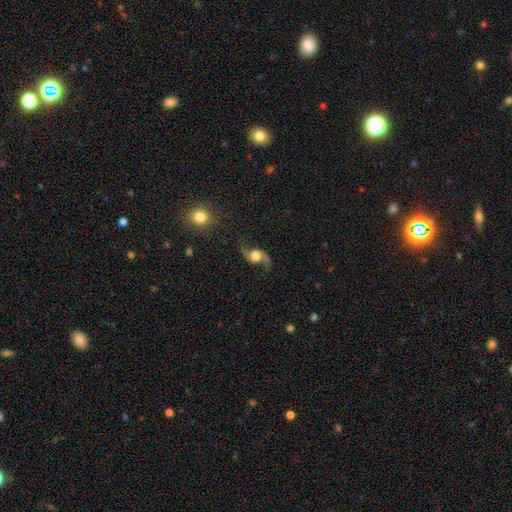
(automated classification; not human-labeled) This appears to be a featured or disk galaxy (86%) with no bar (68%), 2 (94%) loose (84%) spiral arms (96%) and a moderate central bulge (44%). Merging: none (77%).